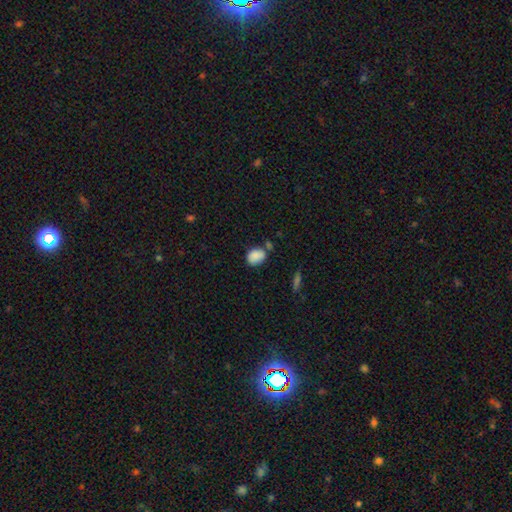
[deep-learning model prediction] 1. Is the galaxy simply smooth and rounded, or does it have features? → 87% smooth, 8% star or artifact, 6% featured or disk.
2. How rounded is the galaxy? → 71% in between, 28% round, 1% cigar-shaped.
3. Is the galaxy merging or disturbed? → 60% none, 22% minor disturbance, 13% merger, 5% major disturbance.